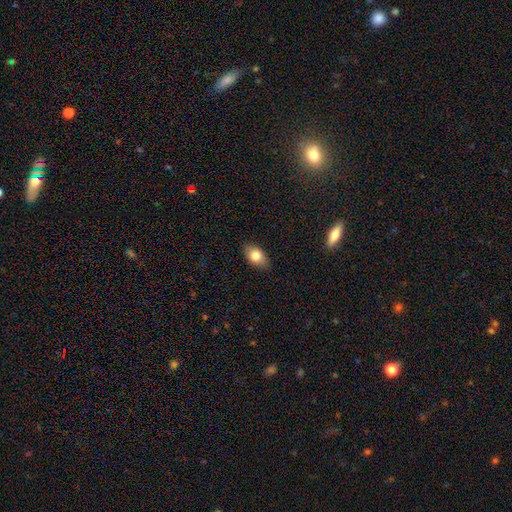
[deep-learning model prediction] smooth-or-featured: smooth: 81% | featured or disk: 11% | star or artifact: 8%
  how-rounded: in between: 86% | round: 12% | cigar-shaped: 2%
  merging: none: 86% | minor disturbance: 10% | major disturbance: 2% | merger: 1%